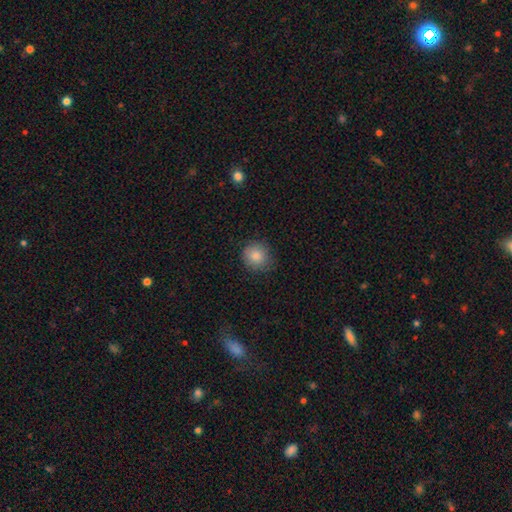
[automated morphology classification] A smooth galaxy with no disk features (82%) that is round (91%).

Vote fractions:
- Smooth or featured? smooth: 82% / star or artifact: 10% / featured or disk: 7%
- How rounded? round: 91% / in between: 8% / cigar-shaped: 1%
- Merging? none: 85% / minor disturbance: 11% / major disturbance: 3% / merger: 1%